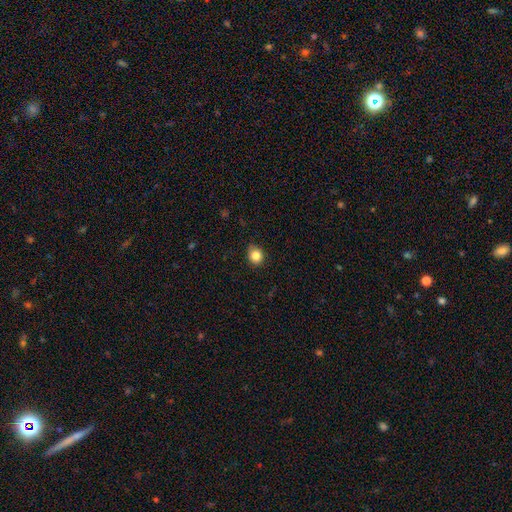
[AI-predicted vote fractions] This is clearly a smooth galaxy (84%). How rounded: likely round (72%). Merging: clearly none (81%).